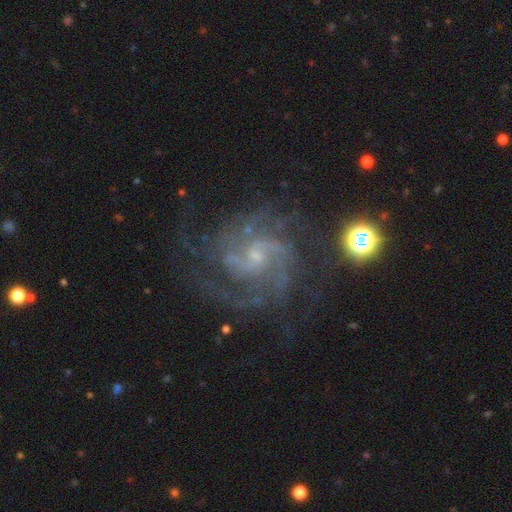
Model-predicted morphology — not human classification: Smooth or featured?
  - featured or disk: 88% *
  - star or artifact: 8%
  - smooth: 4%
Edge-on disk?
  - no: 98% *
  - yes: 2%
Bar?
  - no: 50% *
  - weak: 42%
  - strong: 8%
Spiral arms?
  - yes: 97% *
  - no: 3%
Spiral winding?
  - medium: 51% *
  - tight: 37%
  - loose: 12%
Spiral arm count?
  - 2: 34% *
  - 3: 22%
  - can't tell: 19%
  - 4: 10%
  - more than 4: 7%
  - 1: 7%
Bulge size?
  - small: 71% *
  - moderate: 18%
  - none: 9%
  - large: 1%
  - dominant: 1%
Merging?
  - none: 67% *
  - minor disturbance: 17%
  - major disturbance: 14%
  - merger: 2%